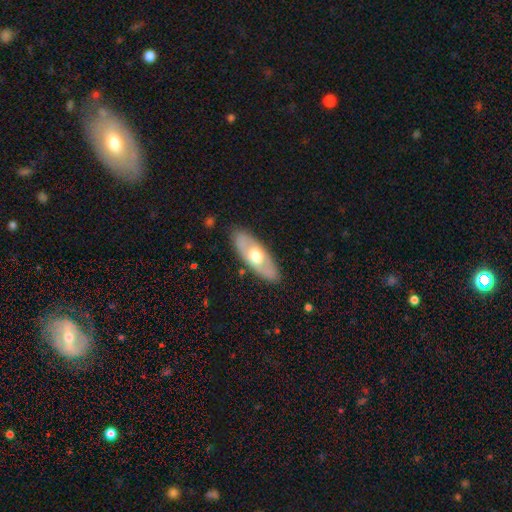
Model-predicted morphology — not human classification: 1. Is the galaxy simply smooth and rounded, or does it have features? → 50% featured or disk, 45% smooth, 5% star or artifact.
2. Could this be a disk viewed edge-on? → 72% no, 28% yes.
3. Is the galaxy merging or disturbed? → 86% none, 10% minor disturbance, 3% major disturbance, 1% merger.